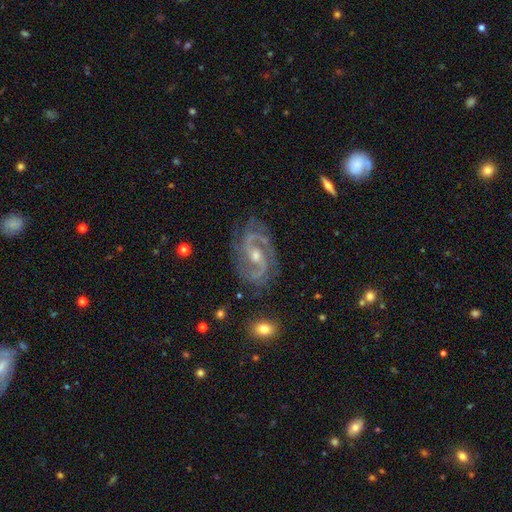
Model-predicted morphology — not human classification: Smooth or featured? Predicted: featured or disk (p=0.92). Edge-on disk? Predicted: no (p=0.97). Bar? Predicted: weak (p=0.44). Spiral arms? Predicted: yes (p=0.98). Spiral winding? Predicted: medium (p=0.57). Spiral arm count? Predicted: 2 (p=0.85). Bulge size? Predicted: moderate (p=0.54). Merging? Predicted: none (p=0.74).